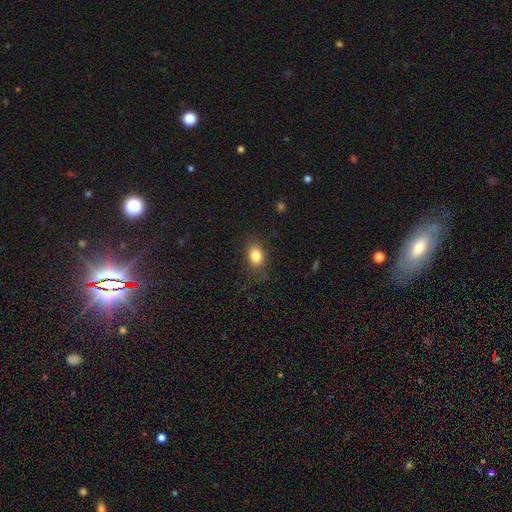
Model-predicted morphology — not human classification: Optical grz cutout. It shows a smooth galaxy with no disk features (82%) that is in between round and cigar-shaped (68%). Merging: none (78%).